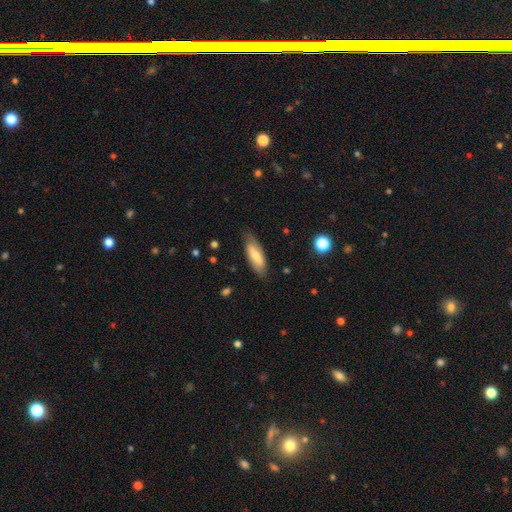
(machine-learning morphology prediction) Overall: smooth (64%; featured or disk 30%). How rounded: in between (64%; cigar-shaped 34%). Merging: none (75%).